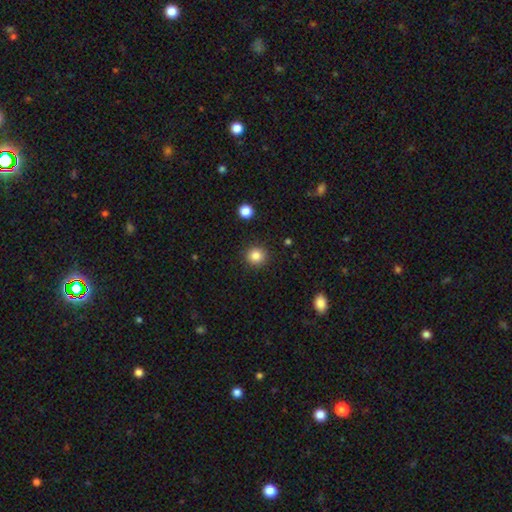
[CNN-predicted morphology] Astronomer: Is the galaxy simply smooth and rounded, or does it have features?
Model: smooth — 85%.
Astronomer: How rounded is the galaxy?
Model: round — 91%.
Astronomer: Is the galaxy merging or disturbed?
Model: none — 90%.